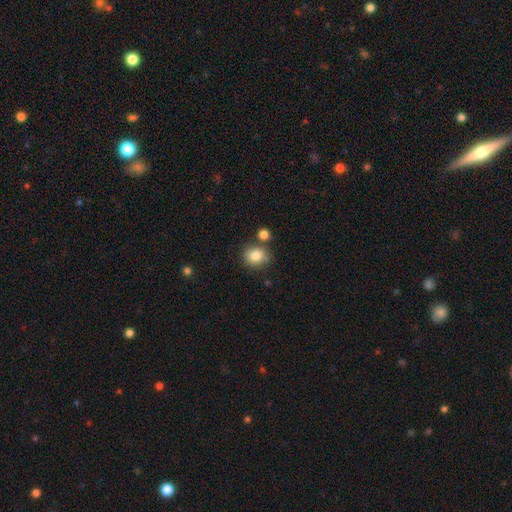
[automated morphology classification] type=smooth (83%); roundness=round (73%); merging=none (74%).